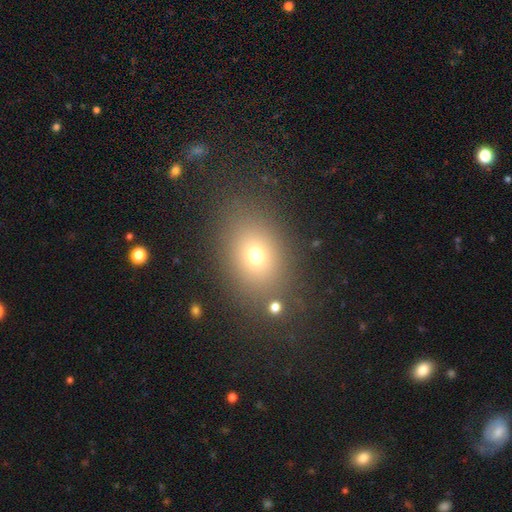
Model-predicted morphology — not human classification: Smooth or featured?
  - smooth: 70% *
  - star or artifact: 17%
  - featured or disk: 13%
How rounded?
  - in between: 69% *
  - round: 29%
  - cigar-shaped: 2%
Merging?
  - none: 81% *
  - minor disturbance: 10%
  - major disturbance: 5%
  - merger: 4%